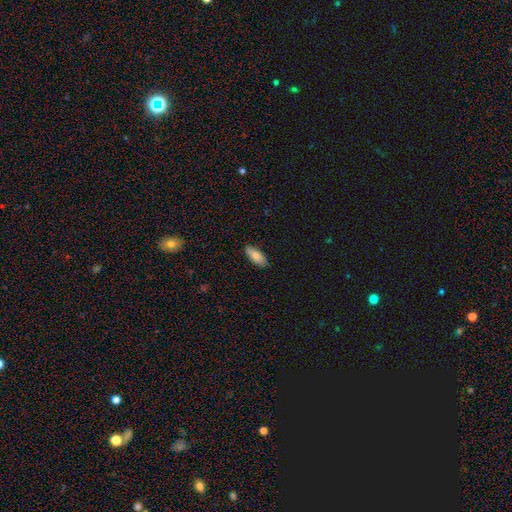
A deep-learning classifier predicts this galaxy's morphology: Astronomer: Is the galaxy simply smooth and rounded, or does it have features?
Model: smooth — 83%.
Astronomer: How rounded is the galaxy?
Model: in between — 79%.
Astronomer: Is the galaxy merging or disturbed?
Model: none — 85%.